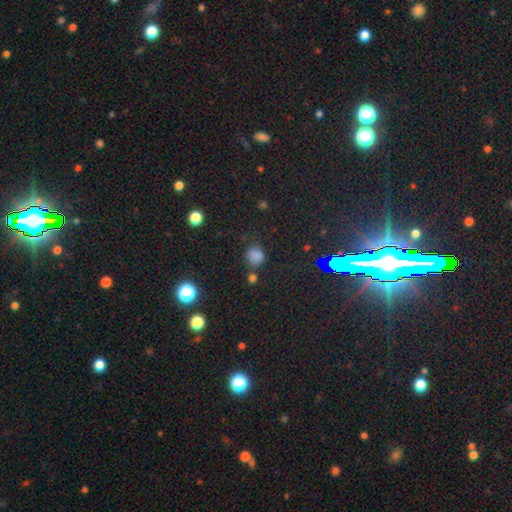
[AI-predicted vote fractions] The model was most divided on "smooth or featured": smooth: 68%, star or artifact: 26%, featured or disk: 6%. More confident: how rounded — round (76%); merging — none (66%).